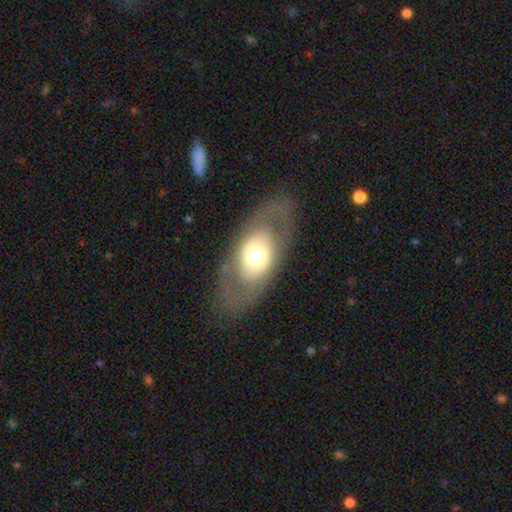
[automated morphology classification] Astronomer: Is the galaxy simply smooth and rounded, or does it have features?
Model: featured or disk — 47% (runner-up: smooth, 46%).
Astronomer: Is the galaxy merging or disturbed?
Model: none — 77%.